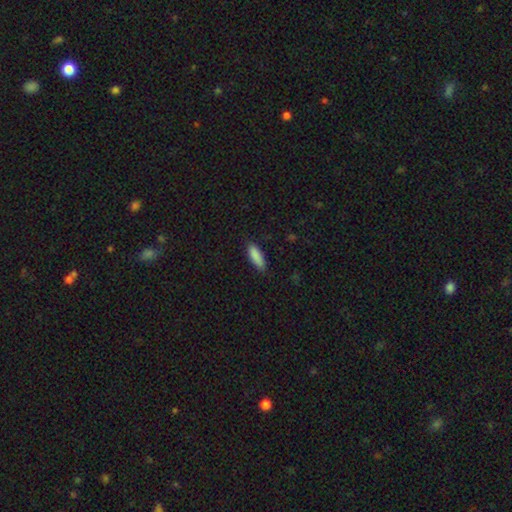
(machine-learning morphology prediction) Smooth or featured? smooth (89%)
How rounded? in between (60%)
Merging? none (82%)